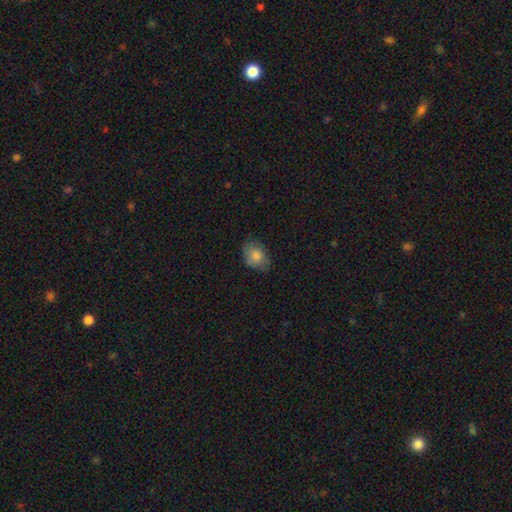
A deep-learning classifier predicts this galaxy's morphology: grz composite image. It shows a smooth galaxy with no disk features (80%) that is in between round and cigar-shaped (72%). Merging: none (72%).